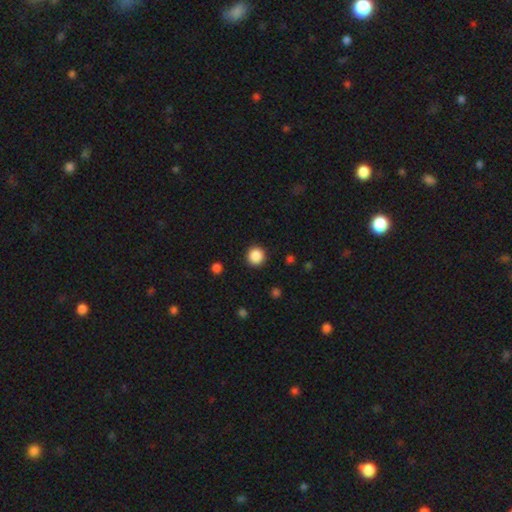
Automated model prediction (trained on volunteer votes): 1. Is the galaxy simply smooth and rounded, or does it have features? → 87% smooth, 10% star or artifact, 3% featured or disk.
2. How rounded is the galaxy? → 94% round, 5% in between, 1% cigar-shaped.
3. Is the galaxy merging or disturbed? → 92% none, 5% minor disturbance, 2% major disturbance, 1% merger.